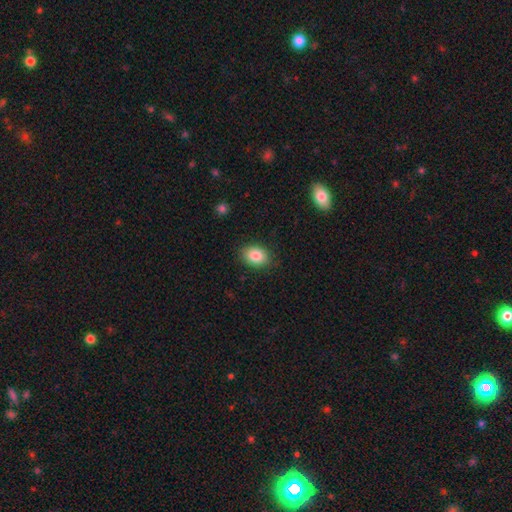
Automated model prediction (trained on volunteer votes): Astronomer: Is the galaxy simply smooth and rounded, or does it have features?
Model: smooth — 84%.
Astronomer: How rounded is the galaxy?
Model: in between — 67%.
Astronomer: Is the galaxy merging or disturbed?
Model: none — 86%.